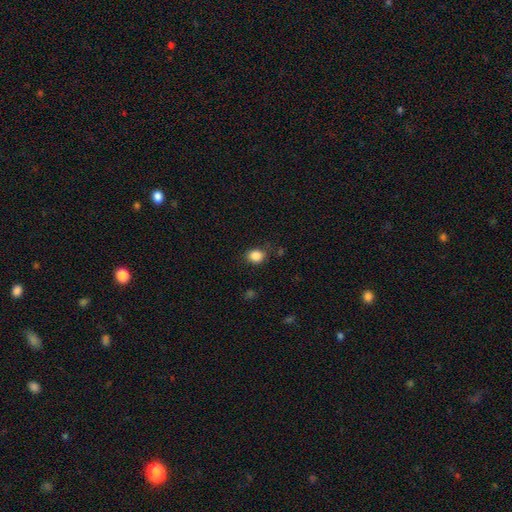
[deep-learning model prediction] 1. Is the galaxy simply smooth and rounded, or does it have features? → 86% smooth, 10% star or artifact, 4% featured or disk.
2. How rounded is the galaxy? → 58% round, 41% in between, 1% cigar-shaped.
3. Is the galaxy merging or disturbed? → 79% none, 15% minor disturbance, 4% major disturbance, 2% merger.